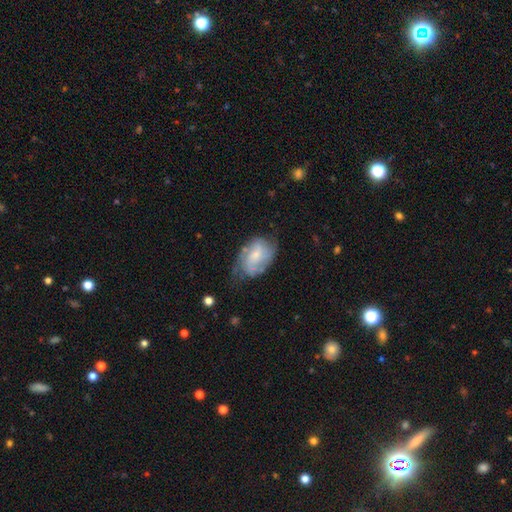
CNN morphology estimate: type=featured or disk (60%); edge-on=no (97%); bar=no (53%); spiral arms=yes (82%); bulge=small (46%); merging=none (50%).